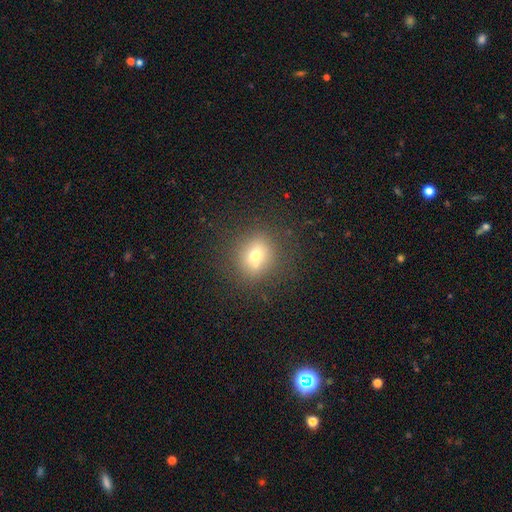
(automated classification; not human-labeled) smooth 65%, featured or disk 18%, star or artifact 17%. Down the decision tree: how rounded — round (79%); merging — none (77%).